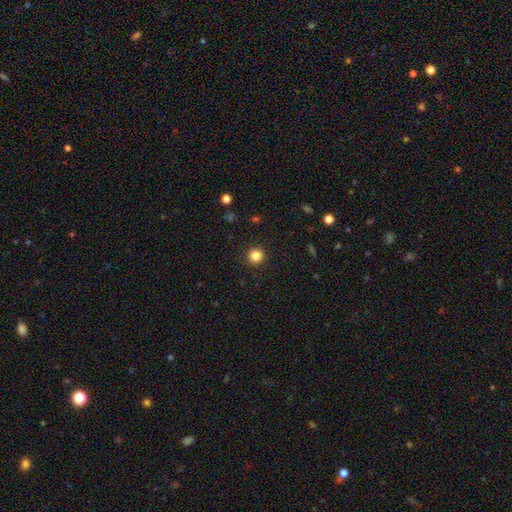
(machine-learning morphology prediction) Smooth or featured? Predicted: smooth (p=0.84). How rounded? Predicted: round (p=0.95). Merging? Predicted: none (p=0.92).